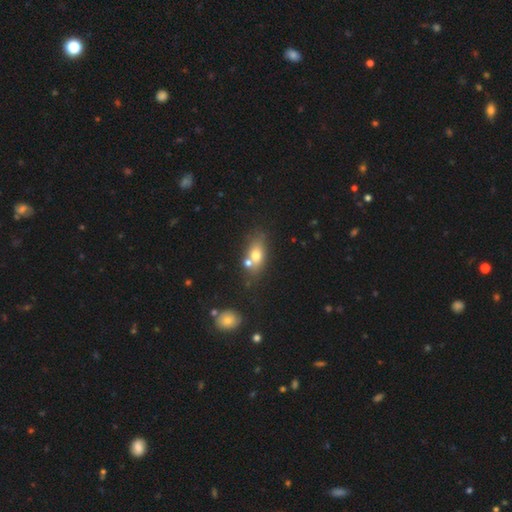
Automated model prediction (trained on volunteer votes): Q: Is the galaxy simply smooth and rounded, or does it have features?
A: smooth — 69%.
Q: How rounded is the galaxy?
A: in between — 76%.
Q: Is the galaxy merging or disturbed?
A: none — 55%.